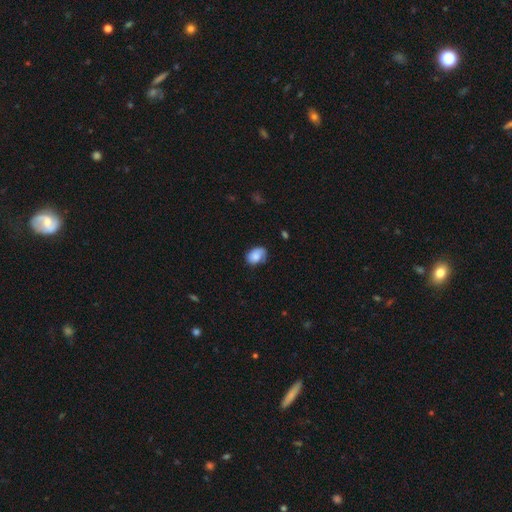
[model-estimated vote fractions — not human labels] A smooth galaxy with no disk features (74%) that is in between round and cigar-shaped (75%).

Vote fractions:
- Smooth or featured? smooth: 74% / featured or disk: 18% / star or artifact: 8%
- How rounded? in between: 75% / round: 24% / cigar-shaped: 1%
- Merging? none: 59% / minor disturbance: 31% / major disturbance: 8% / merger: 2%